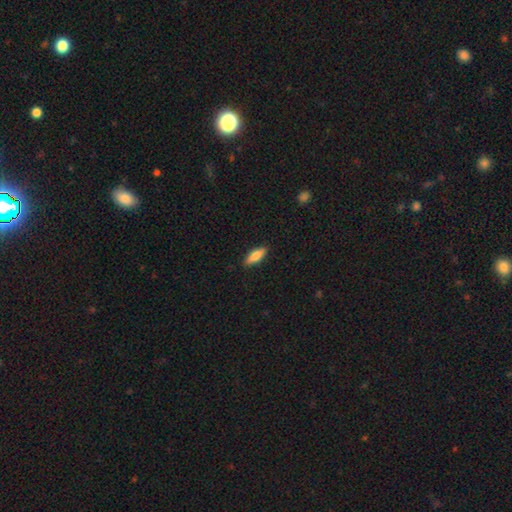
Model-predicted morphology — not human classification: type=smooth (74%); roundness=in between (54%); merging=none (88%).